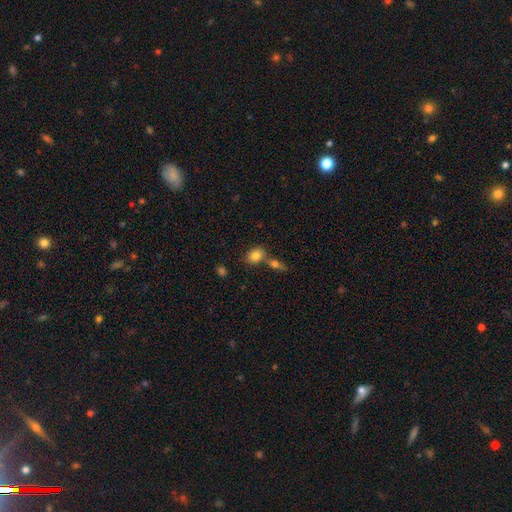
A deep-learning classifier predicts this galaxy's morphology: A smooth galaxy with no disk features (82%) that is in between round and cigar-shaped (66%).

Vote fractions:
- Smooth or featured? smooth: 82% / featured or disk: 9% / star or artifact: 9%
- How rounded? in between: 66% / round: 32% / cigar-shaped: 2%
- Merging? none: 52% / merger: 33% / minor disturbance: 11% / major disturbance: 4%